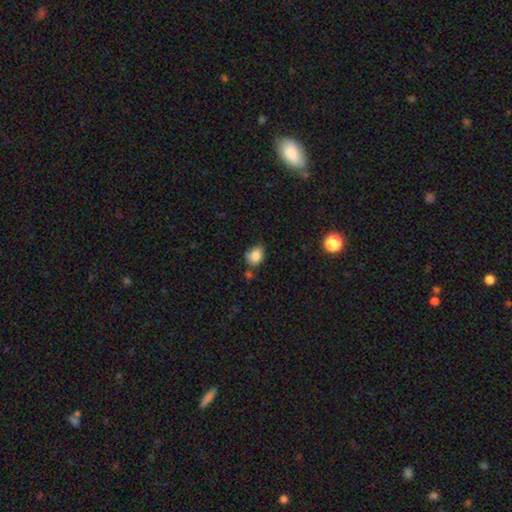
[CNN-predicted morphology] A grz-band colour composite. It shows a smooth galaxy with no disk features (81%) that is in between round and cigar-shaped (64%). Merging: none (49%).